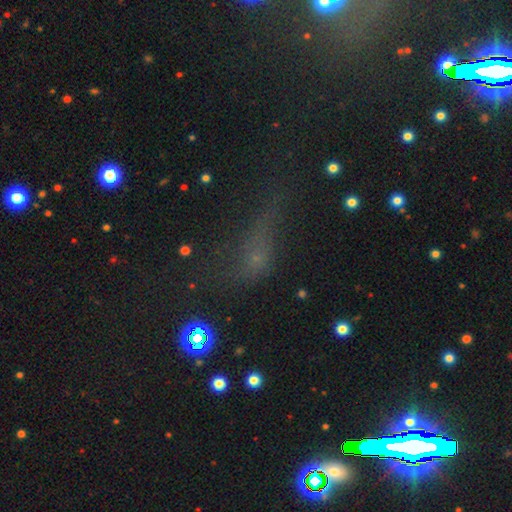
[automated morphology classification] Smooth or featured? smooth (41%)
Merging? none (37%)